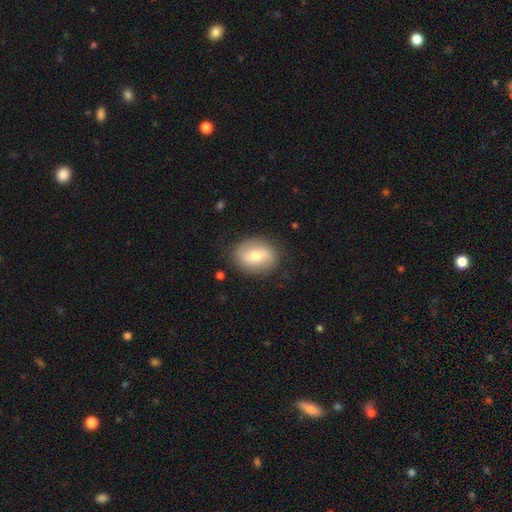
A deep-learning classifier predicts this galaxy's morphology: Smooth or featured: smooth — 60% (featured or disk — 33%)
How rounded: in between — 58% (round — 41%)
Merging: none — 82% (minor disturbance — 12%)